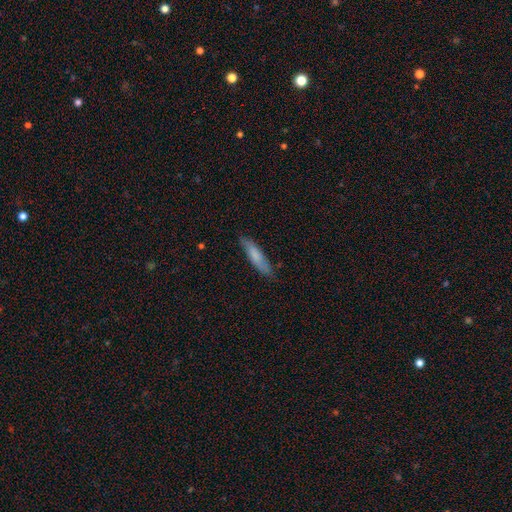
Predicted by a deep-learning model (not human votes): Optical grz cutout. It shows a smooth galaxy with no disk features (76%) that is cigar-shaped (74%). Merging: none (80%).